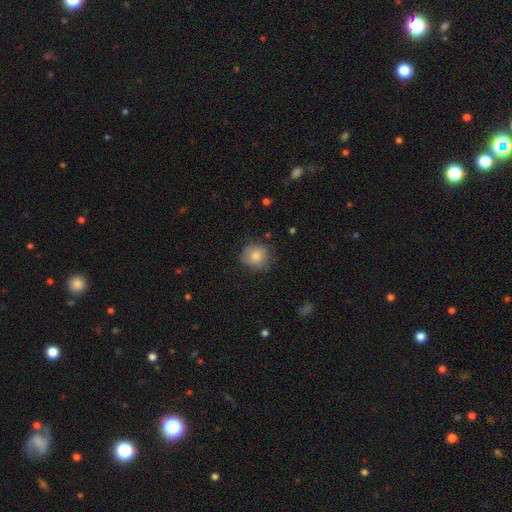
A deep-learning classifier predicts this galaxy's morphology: smooth-or-featured: smooth: 74% | featured or disk: 16% | star or artifact: 9%
  how-rounded: round: 85% | in between: 14% | cigar-shaped: 1%
  merging: none: 73% | minor disturbance: 21% | major disturbance: 5% | merger: 1%